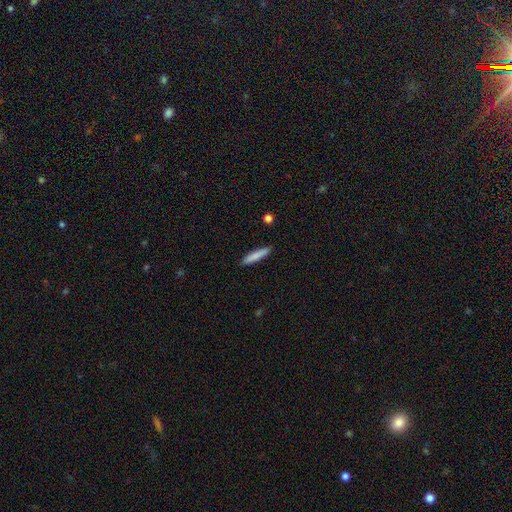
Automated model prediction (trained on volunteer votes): Smooth or featured?
  - smooth: 83% *
  - featured or disk: 12%
  - star or artifact: 6%
How rounded?
  - cigar-shaped: 89% *
  - in between: 10%
  - round: 1%
Merging?
  - none: 90% *
  - minor disturbance: 7%
  - major disturbance: 2%
  - merger: 1%